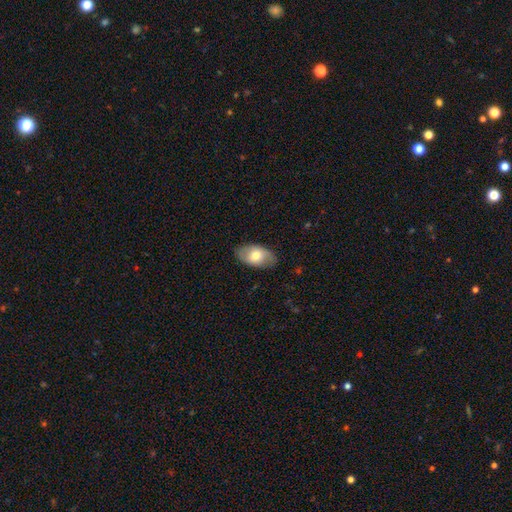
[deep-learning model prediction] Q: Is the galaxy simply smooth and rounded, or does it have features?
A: smooth — 63%.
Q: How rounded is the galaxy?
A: in between — 92%.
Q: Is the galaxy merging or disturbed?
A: none — 83%.